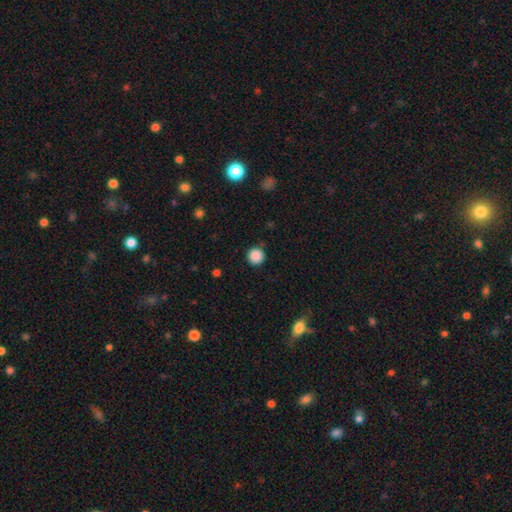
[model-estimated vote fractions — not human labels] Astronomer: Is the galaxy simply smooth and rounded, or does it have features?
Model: smooth — 87%.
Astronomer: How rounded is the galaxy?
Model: round — 95%.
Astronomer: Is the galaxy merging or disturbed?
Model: none — 89%.